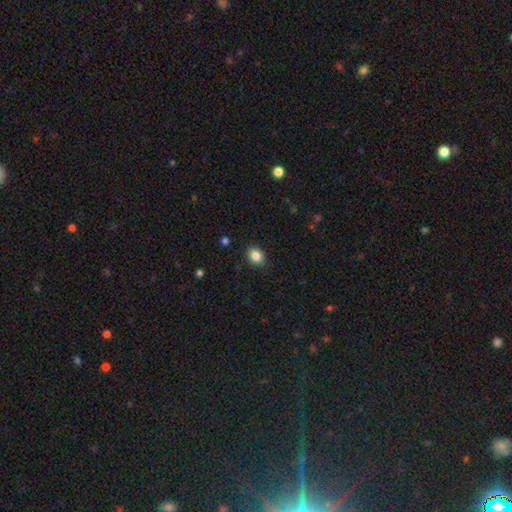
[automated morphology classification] smooth-or-featured: smooth: 86% | star or artifact: 9% | featured or disk: 5%
  how-rounded: in between: 58% | round: 41% | cigar-shaped: 1%
  merging: none: 89% | minor disturbance: 8% | major disturbance: 2% | merger: 1%